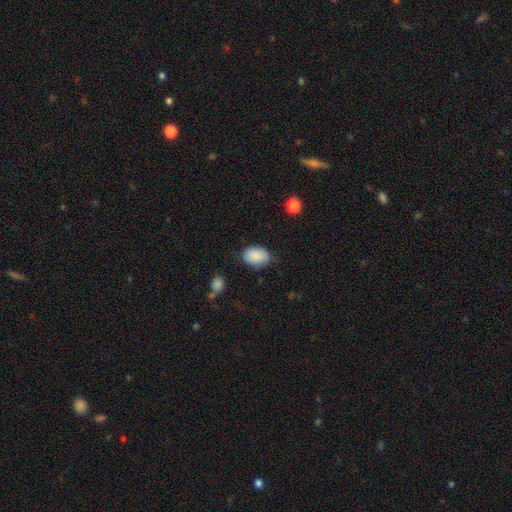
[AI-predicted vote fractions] Smooth or featured? Predicted: smooth (p=0.89). How rounded? Predicted: in between (p=0.83). Merging? Predicted: none (p=0.76).